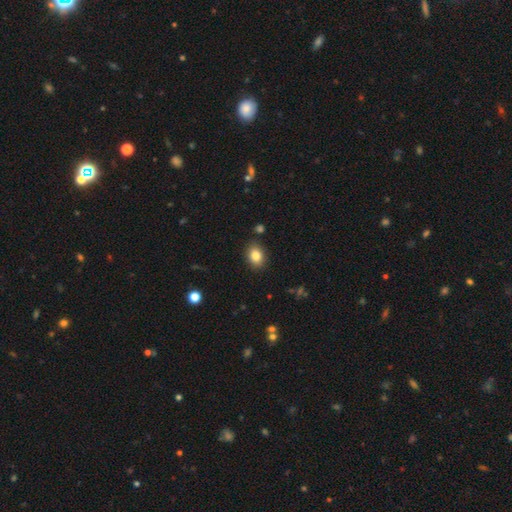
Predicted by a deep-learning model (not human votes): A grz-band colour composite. It shows a smooth galaxy with no disk features (84%) that is in between round and cigar-shaped (65%). Merging: none (86%).